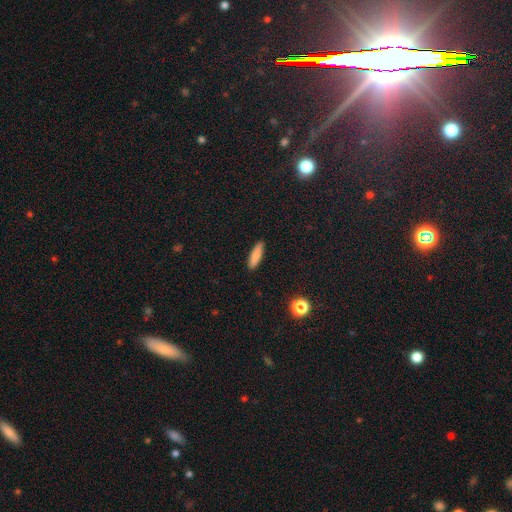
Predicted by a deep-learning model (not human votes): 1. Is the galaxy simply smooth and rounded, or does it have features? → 85% smooth, 9% featured or disk, 7% star or artifact.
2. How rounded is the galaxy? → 68% cigar-shaped, 30% in between, 2% round.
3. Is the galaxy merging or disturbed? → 90% none, 7% minor disturbance, 2% major disturbance, 1% merger.